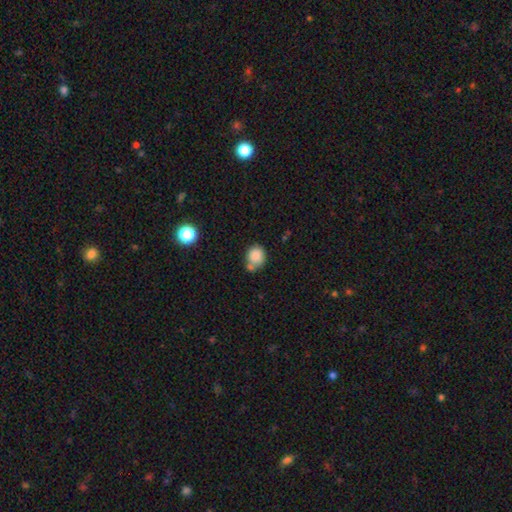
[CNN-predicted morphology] Smooth or featured?
  - smooth: 84% *
  - star or artifact: 10%
  - featured or disk: 7%
How rounded?
  - round: 76% *
  - in between: 23%
  - cigar-shaped: 1%
Merging?
  - none: 53% *
  - merger: 24%
  - minor disturbance: 17%
  - major disturbance: 5%